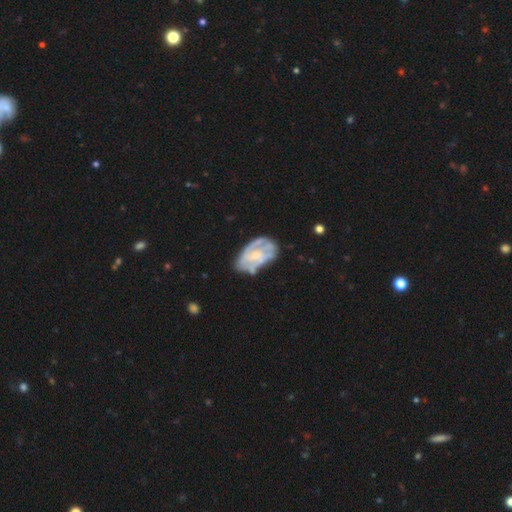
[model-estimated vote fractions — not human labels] smooth_or_featured: featured or disk (p=0.71) [alt: smooth p=0.23]
disk_edge_on: no (p=0.97) [alt: yes p=0.03]
bar: no (p=0.61) [alt: weak p=0.31]
has_spiral_arms: yes (p=0.61) [alt: no p=0.39]
bulge_size: small (p=0.52) [alt: moderate p=0.28]
merging: none (p=0.50) [alt: minor disturbance p=0.29]